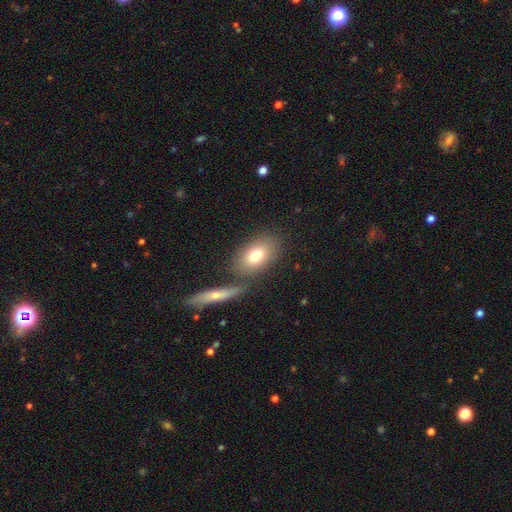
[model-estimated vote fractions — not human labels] This is likely a smooth galaxy (75%). How rounded: clearly in between (84%). Merging: likely none (68%).